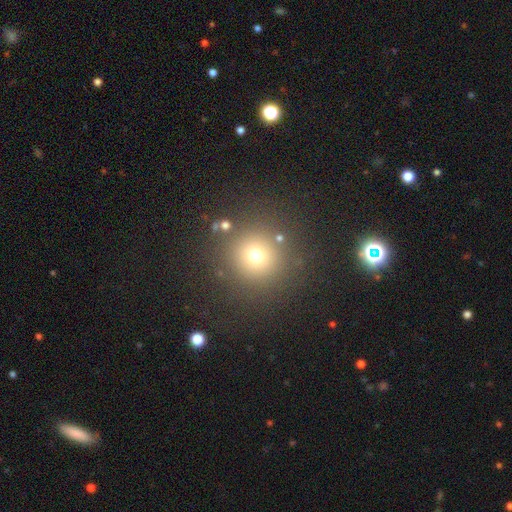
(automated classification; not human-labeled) This is likely a smooth galaxy (71%). How rounded: clearly round (94%). Merging: clearly none (85%).